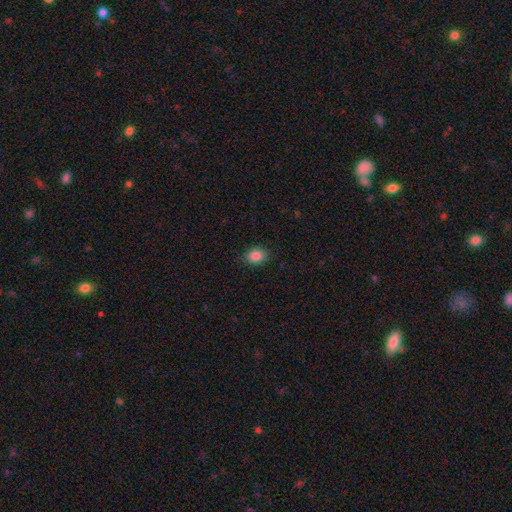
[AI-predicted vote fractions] smooth 87%, star or artifact 9%, featured or disk 4%. Down the decision tree: how rounded — in between (61%); merging — none (86%).